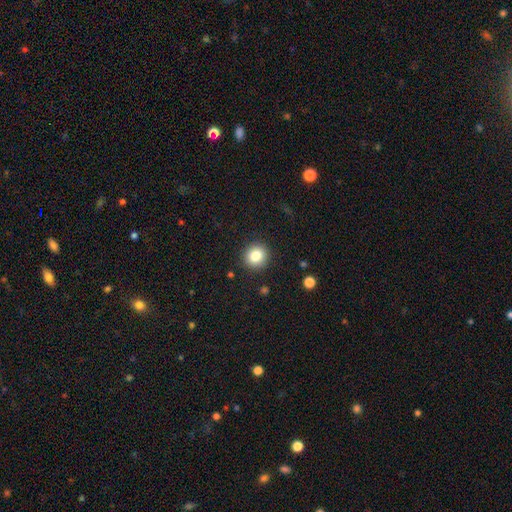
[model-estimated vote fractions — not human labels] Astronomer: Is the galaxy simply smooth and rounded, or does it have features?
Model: smooth — 83%.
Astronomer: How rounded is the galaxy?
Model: round — 89%.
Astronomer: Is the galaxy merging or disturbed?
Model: none — 90%.